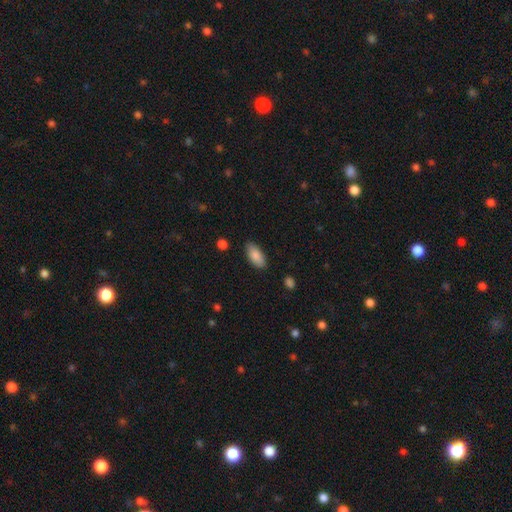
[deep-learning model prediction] Smooth or featured? Predicted: smooth (p=0.87). How rounded? Predicted: in between (p=0.90). Merging? Predicted: none (p=0.85).